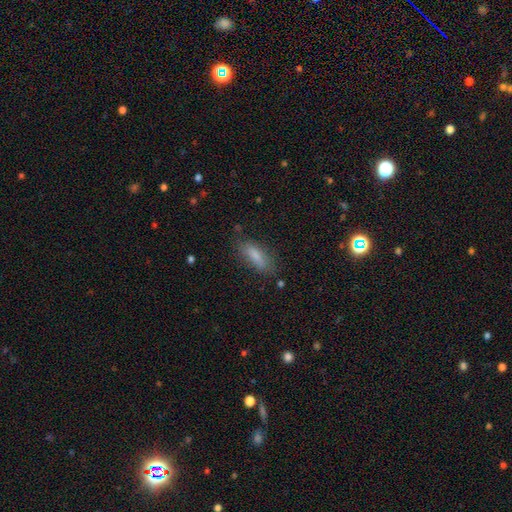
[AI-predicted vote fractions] This is clearly a smooth galaxy (81%). How rounded: likely in between (62%). Merging: likely none (75%).